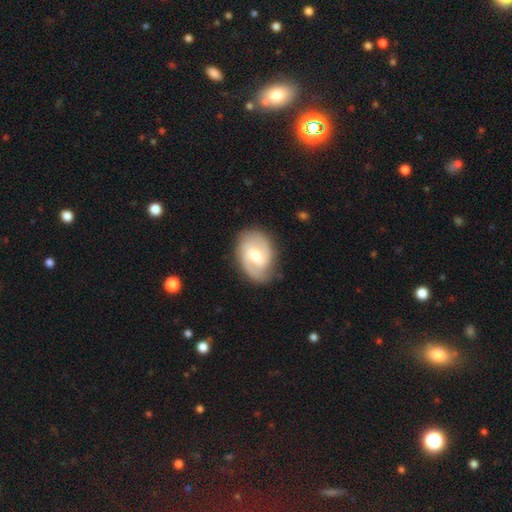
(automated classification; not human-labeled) A featured or disk galaxy (78%) with a weak bar (56%), 2 (83%) medium (49%) spiral arms (91%) and a moderate central bulge (68%).

Vote fractions:
- Smooth or featured? featured or disk: 78% / smooth: 17% / star or artifact: 5%
- Edge-on disk? no: 97% / yes: 3%
- Bar? weak: 56% / no: 25% / strong: 19%
- Spiral arms? yes: 91% / no: 9%
- Spiral winding? medium: 49% / tight: 31% / loose: 21%
- Spiral arm count? 2: 83% / can't tell: 8% / 1: 4% / 3: 3% / 4: 1% / more than 4: 1%
- Bulge size? moderate: 68% / small: 24% / large: 6% / none: 1% / dominant: 1%
- Merging? none: 81% / minor disturbance: 14% / major disturbance: 4% / merger: 1%